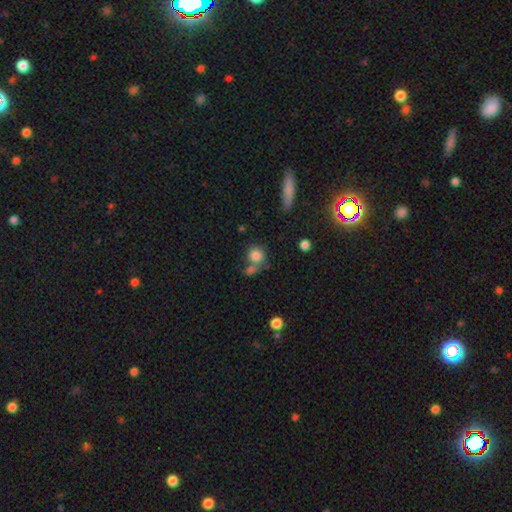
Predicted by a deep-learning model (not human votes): This is clearly a smooth galaxy (82%). How rounded: clearly round (83%). Merging: possibly none (54%).